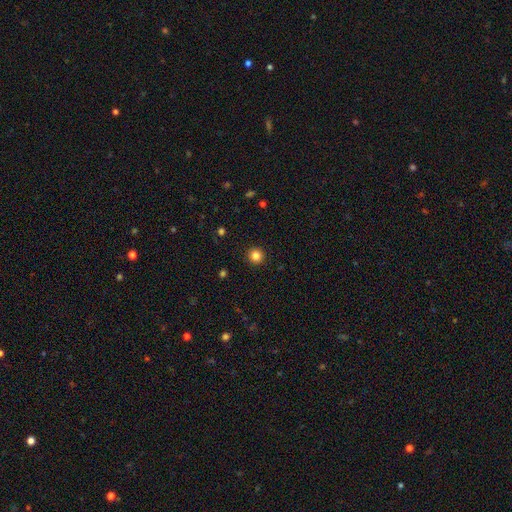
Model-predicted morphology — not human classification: Smooth or featured? smooth (83%)
How rounded? round (94%)
Merging? none (93%)